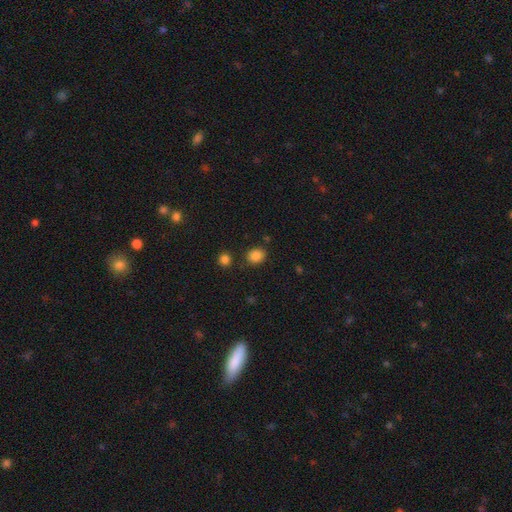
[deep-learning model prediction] Smooth or featured? smooth (85%)
How rounded? round (56%)
Merging? none (80%)